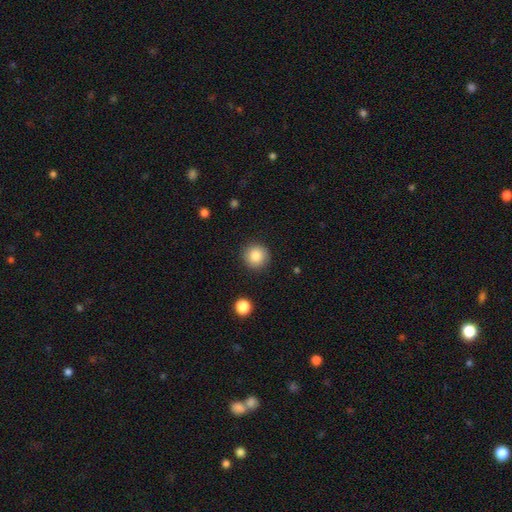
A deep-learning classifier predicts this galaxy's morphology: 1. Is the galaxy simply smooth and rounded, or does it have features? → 85% smooth, 9% star or artifact, 6% featured or disk.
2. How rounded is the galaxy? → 95% round, 4% in between, 1% cigar-shaped.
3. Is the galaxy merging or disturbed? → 90% none, 6% minor disturbance, 2% major disturbance, 1% merger.